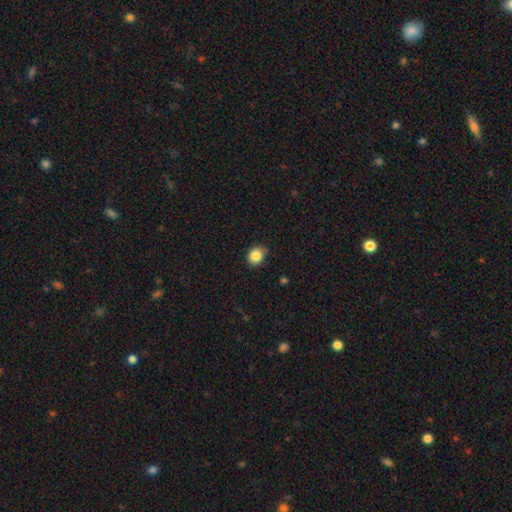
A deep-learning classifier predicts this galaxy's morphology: smooth-or-featured: smooth: 85% | star or artifact: 10% | featured or disk: 5%
  how-rounded: round: 62% | in between: 37% | cigar-shaped: 1%
  merging: none: 79% | minor disturbance: 17% | major disturbance: 3% | merger: 1%